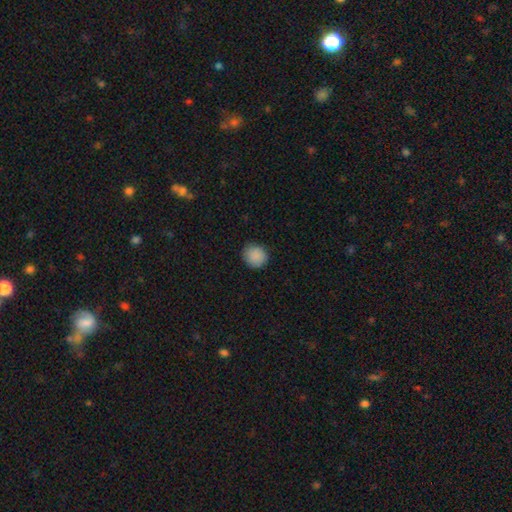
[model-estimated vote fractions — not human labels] This appears to be a smooth galaxy with no disk features (89%) that is round (89%). Merging: none (89%).